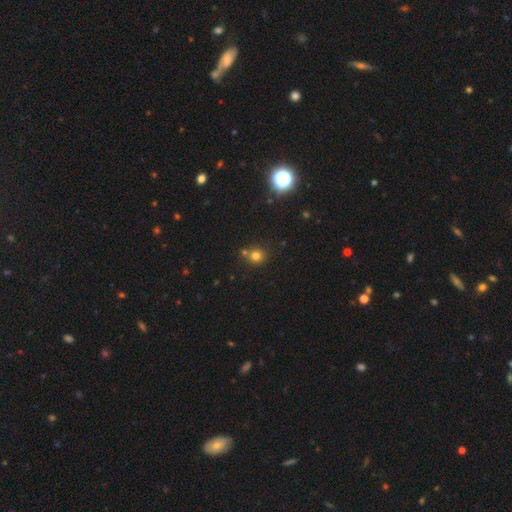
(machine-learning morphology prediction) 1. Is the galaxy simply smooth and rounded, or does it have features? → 75% smooth, 18% star or artifact, 7% featured or disk.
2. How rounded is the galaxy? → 87% round, 12% in between, 1% cigar-shaped.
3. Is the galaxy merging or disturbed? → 67% none, 19% merger, 10% minor disturbance, 3% major disturbance.